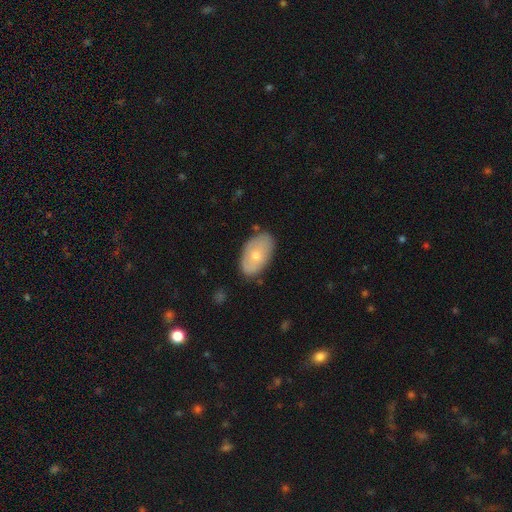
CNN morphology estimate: Smooth or featured: smooth — 64% (featured or disk — 29%)
How rounded: in between — 92% (round — 6%)
Merging: none — 78% (minor disturbance — 17%)